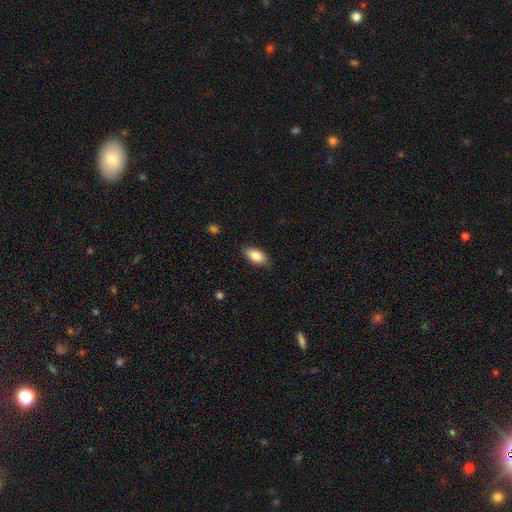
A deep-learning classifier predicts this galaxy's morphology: This appears to be a smooth galaxy with no disk features (86%) that is in between round and cigar-shaped (91%). Merging: none (85%).